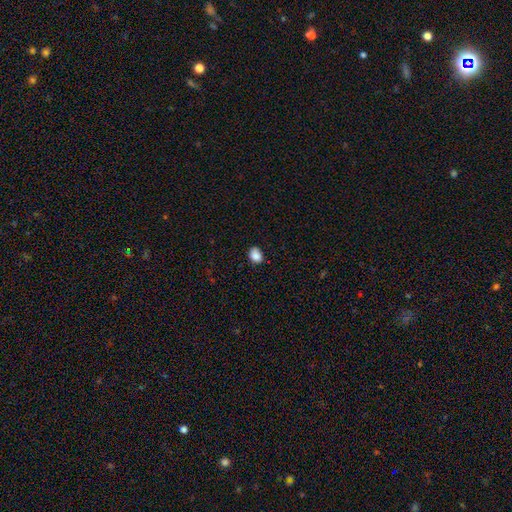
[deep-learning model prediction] Smooth or featured? smooth (87%)
How rounded? in between (60%)
Merging? none (81%)